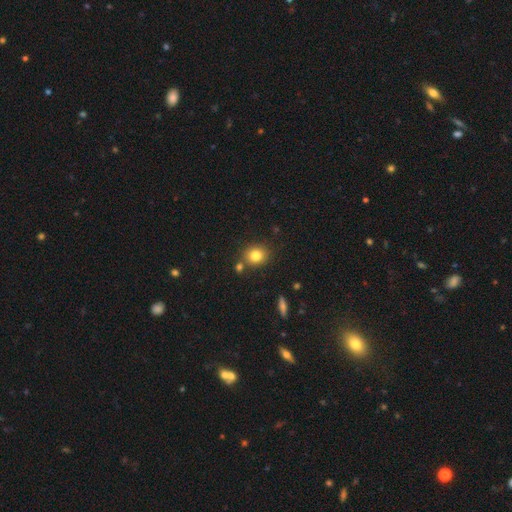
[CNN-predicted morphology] Smooth or featured? Predicted: smooth (p=0.81). How rounded? Predicted: round (p=0.76). Merging? Predicted: none (p=0.77).